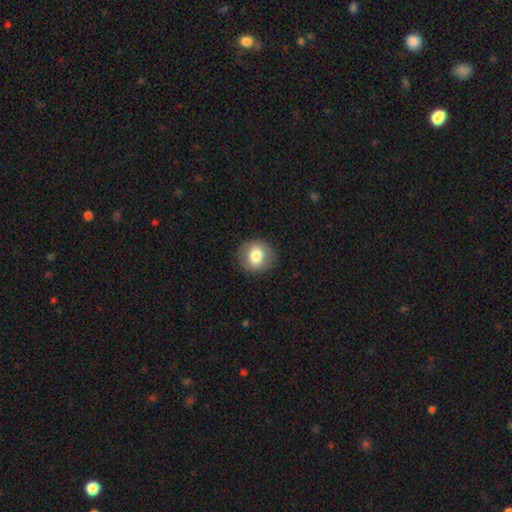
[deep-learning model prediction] Q: Smooth or featured?
A: smooth (81%); runner-up: featured or disk (11%)
Q: How rounded?
A: round (85%); runner-up: in between (14%)
Q: Merging?
A: none (88%); runner-up: minor disturbance (8%)